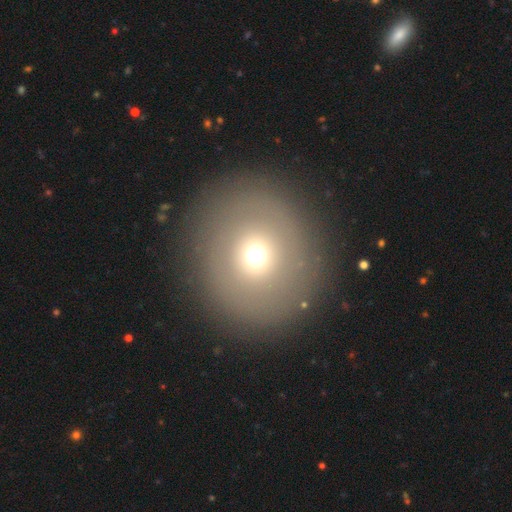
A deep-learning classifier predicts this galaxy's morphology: smooth_or_featured: smooth (p=0.64) [alt: featured or disk p=0.20]
how_rounded: round (p=0.85) [alt: in between p=0.14]
merging: none (p=0.87) [alt: minor disturbance p=0.07]